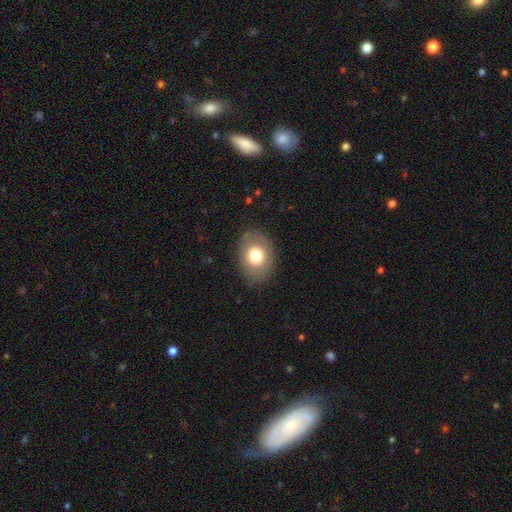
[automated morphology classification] Smooth or featured? smooth (72%)
How rounded? in between (67%)
Merging? none (82%)